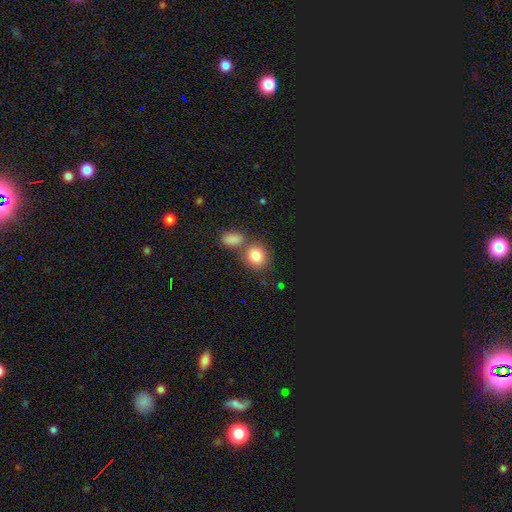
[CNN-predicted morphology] The model was most divided on "merging": none: 55%, merger: 31%, minor disturbance: 10%, major disturbance: 4%. More confident: smooth or featured — smooth (81%); how rounded — round (69%).